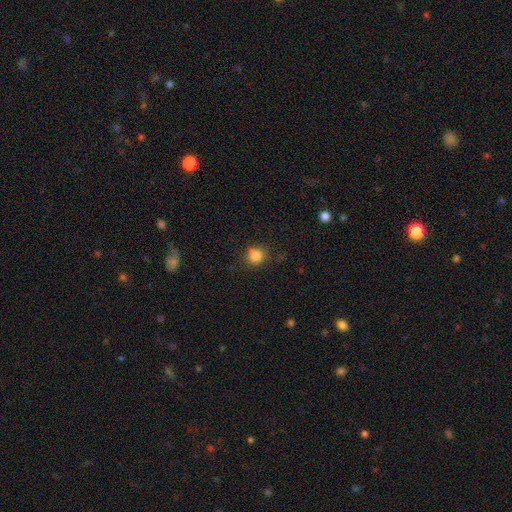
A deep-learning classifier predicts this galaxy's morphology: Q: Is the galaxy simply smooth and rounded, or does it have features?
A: smooth — 84%.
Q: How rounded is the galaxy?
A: round — 86%.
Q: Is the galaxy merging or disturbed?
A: none — 79%.